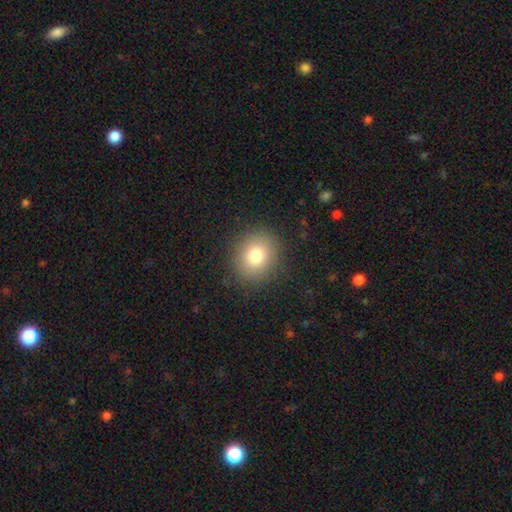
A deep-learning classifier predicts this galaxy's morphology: type=smooth (80%); roundness=round (72%); merging=none (88%).